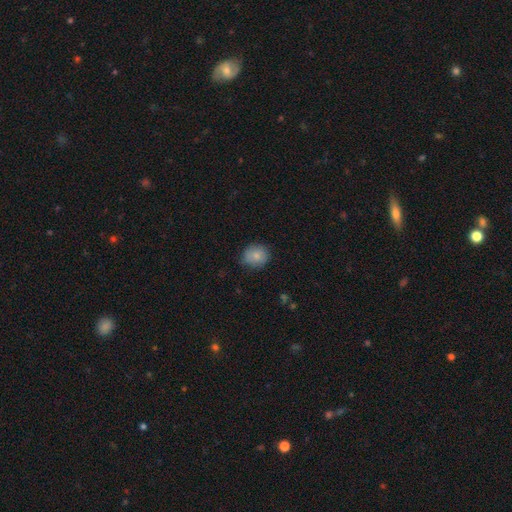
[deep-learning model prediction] This is clearly a smooth galaxy (82%). How rounded: likely round (77%). Merging: likely none (76%).